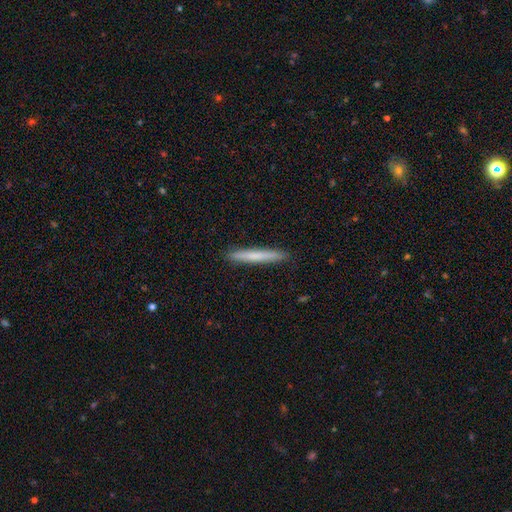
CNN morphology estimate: Smooth or featured? smooth (69%)
How rounded? cigar-shaped (96%)
Merging? none (91%)